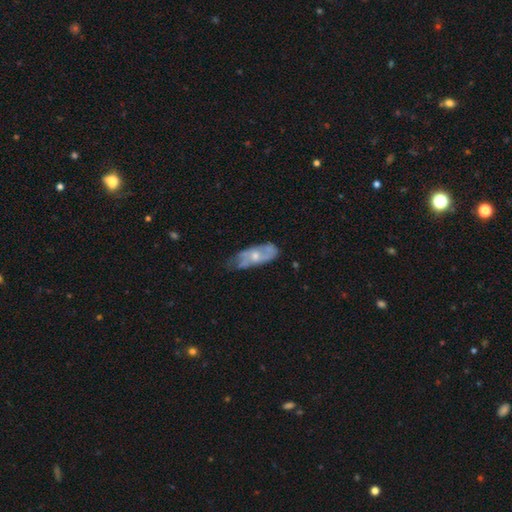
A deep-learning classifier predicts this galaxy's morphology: featured or disk 57%, smooth 36%, star or artifact 7%. Down the decision tree: edge-on disk — no (84%); merging — none (50%).